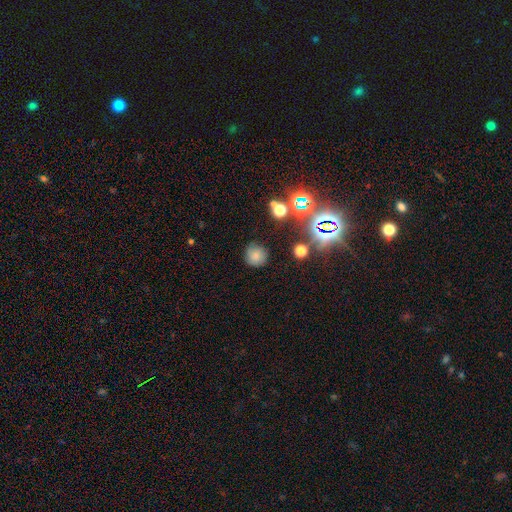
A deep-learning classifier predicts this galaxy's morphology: Smooth or featured? smooth (73%)
How rounded? round (92%)
Merging? none (83%)